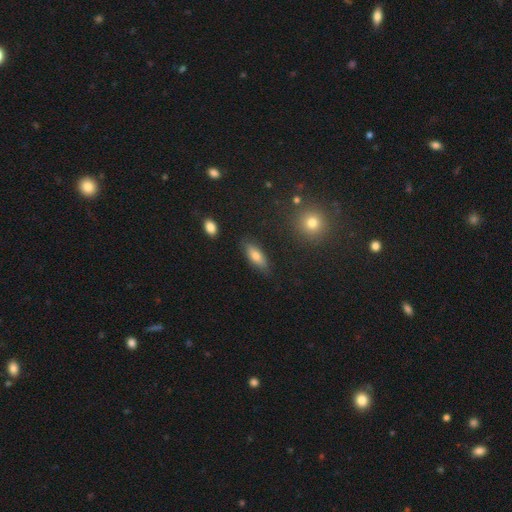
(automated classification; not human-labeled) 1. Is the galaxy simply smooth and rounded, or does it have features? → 72% smooth, 19% featured or disk, 8% star or artifact.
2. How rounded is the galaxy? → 71% in between, 25% cigar-shaped, 3% round.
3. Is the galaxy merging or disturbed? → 81% none, 14% minor disturbance, 3% major disturbance, 2% merger.